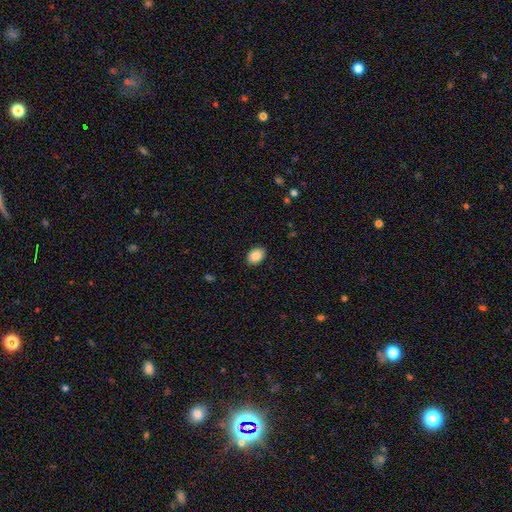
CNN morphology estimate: A smooth galaxy with no disk features (88%) that is in between round and cigar-shaped (76%). Merging: none (89%).